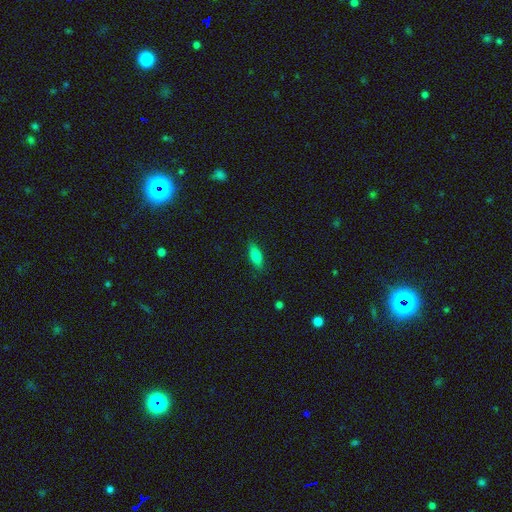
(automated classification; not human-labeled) Smooth or featured? Predicted: smooth (p=0.81). How rounded? Predicted: in between (p=0.72). Merging? Predicted: none (p=0.83).